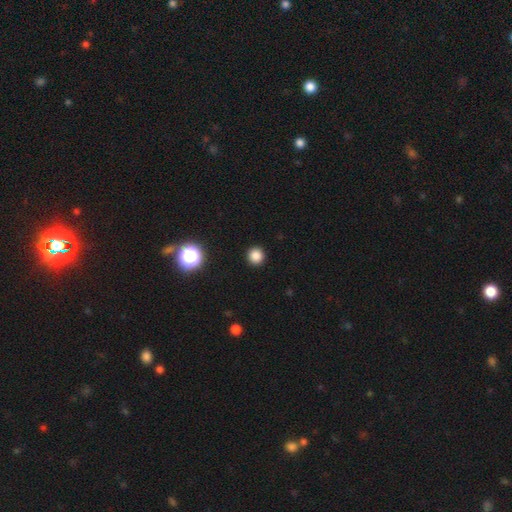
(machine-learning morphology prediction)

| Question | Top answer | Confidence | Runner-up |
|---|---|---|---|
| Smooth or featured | smooth | 84% | star or artifact (13%) |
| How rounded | round | 95% | in between (4%) |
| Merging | none | 93% | minor disturbance (4%) |